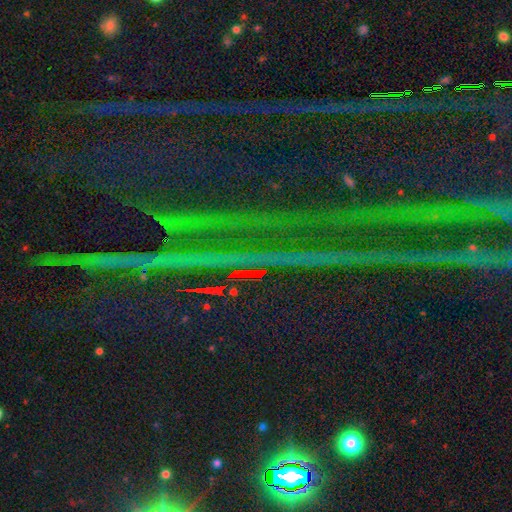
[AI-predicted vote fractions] smooth-or-featured: star or artifact: 89% | featured or disk: 6% | smooth: 5%